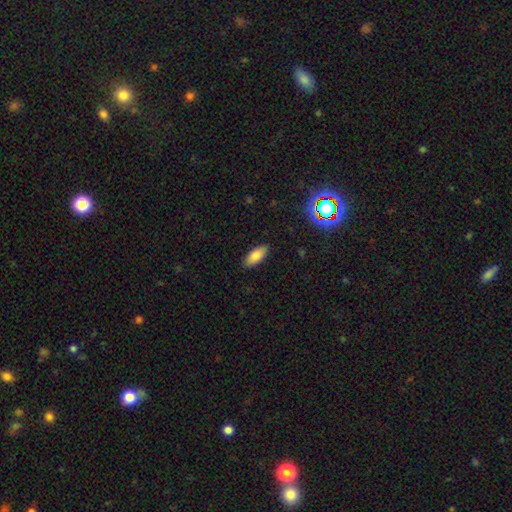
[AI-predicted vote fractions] Q: Smooth or featured?
A: smooth (84%); runner-up: featured or disk (9%)
Q: How rounded?
A: in between (81%); runner-up: cigar-shaped (16%)
Q: Merging?
A: none (88%); runner-up: minor disturbance (9%)